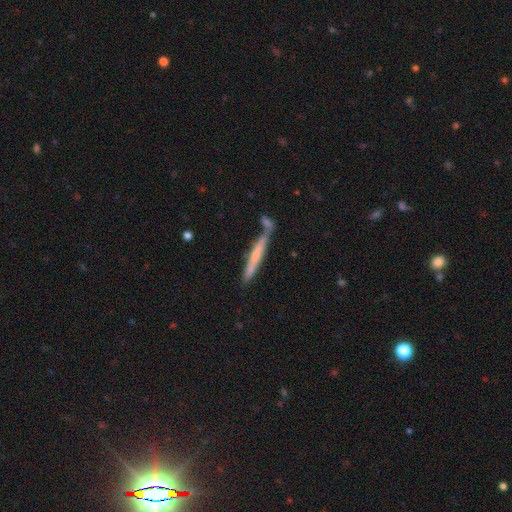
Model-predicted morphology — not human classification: Q: Smooth or featured?
A: featured or disk (48%); runner-up: smooth (46%)
Q: Merging?
A: none (64%); runner-up: merger (19%)